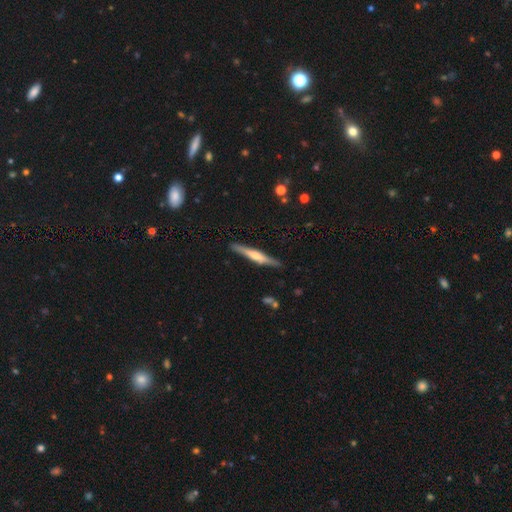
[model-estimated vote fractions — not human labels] smooth_or_featured: featured or disk (p=0.63) [alt: smooth p=0.31]
disk_edge_on: yes (p=0.97) [alt: no p=0.03]
edge_on_bulge: rounded (p=0.64) [alt: boxy p=0.23]
merging: none (p=0.88) [alt: minor disturbance p=0.09]